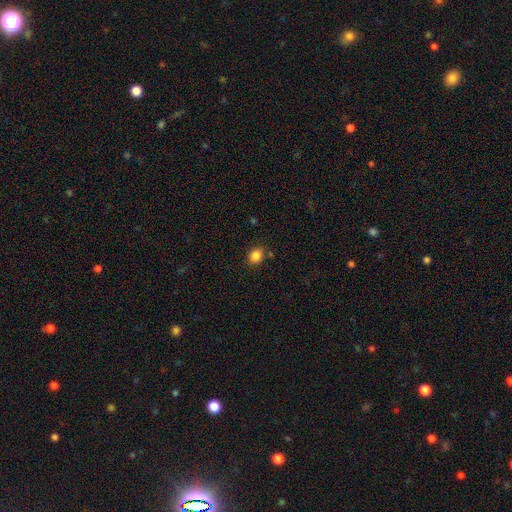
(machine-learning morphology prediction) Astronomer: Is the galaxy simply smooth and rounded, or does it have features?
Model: smooth — 85%.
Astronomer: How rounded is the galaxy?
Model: round — 66%.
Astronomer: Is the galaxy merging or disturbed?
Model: none — 83%.